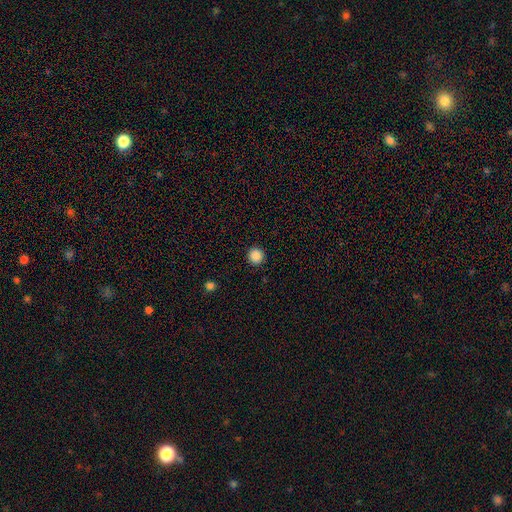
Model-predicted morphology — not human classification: A smooth galaxy with no disk features (87%) that is round (95%). Merging: none (92%).